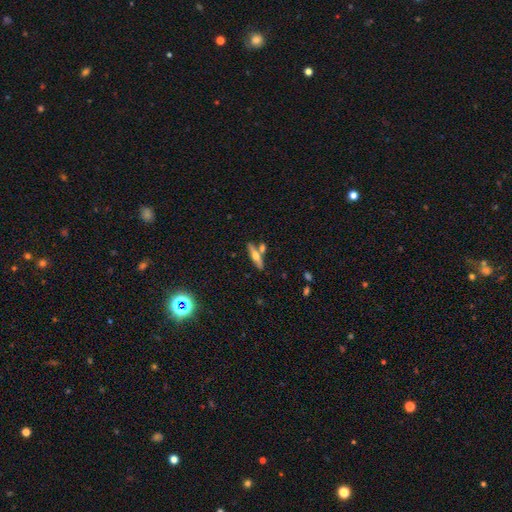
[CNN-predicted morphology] smooth-or-featured: featured or disk: 50% | smooth: 43% | star or artifact: 7%
  disk-edge-on: yes: 90% | no: 10%
  merging: none: 70% | merger: 16% | minor disturbance: 10% | major disturbance: 3%